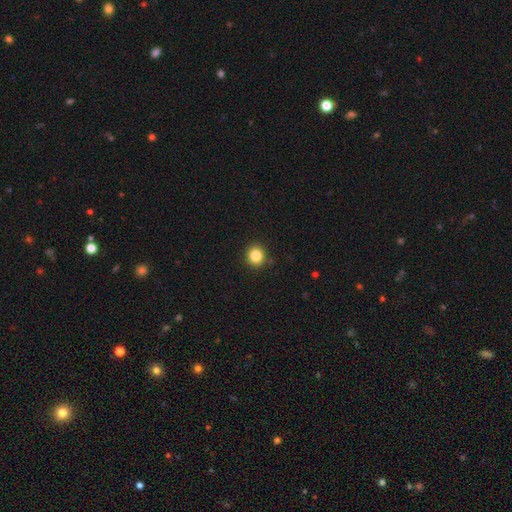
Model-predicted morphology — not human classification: Smooth or featured: smooth — 84% (star or artifact — 11%)
How rounded: round — 89% (in between — 10%)
Merging: none — 91% (minor disturbance — 6%)